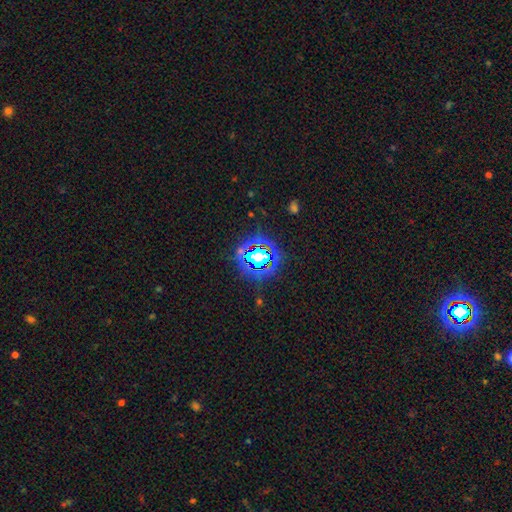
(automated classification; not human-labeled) Morphology: type=star or artifact (76%).